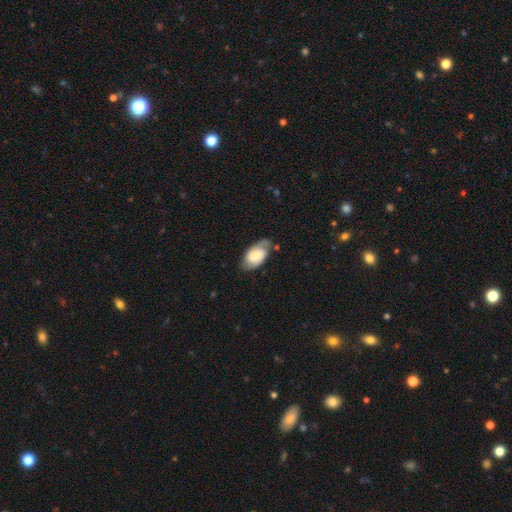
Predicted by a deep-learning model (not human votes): A featured or disk galaxy (52%). Merging: none (67%).